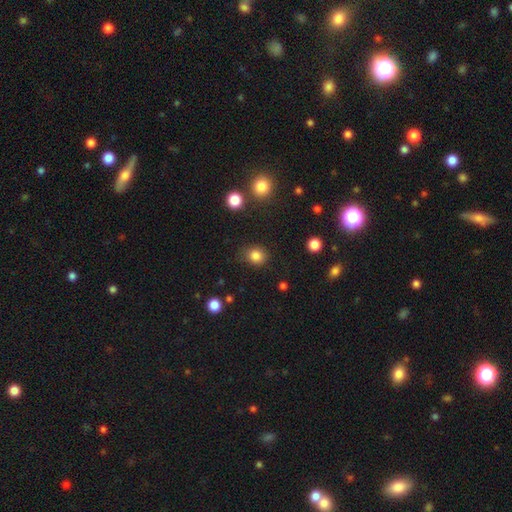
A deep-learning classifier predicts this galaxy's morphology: smooth-or-featured: smooth: 84% | star or artifact: 11% | featured or disk: 4%
  how-rounded: round: 79% | in between: 20% | cigar-shaped: 1%
  merging: none: 84% | minor disturbance: 10% | major disturbance: 3% | merger: 2%